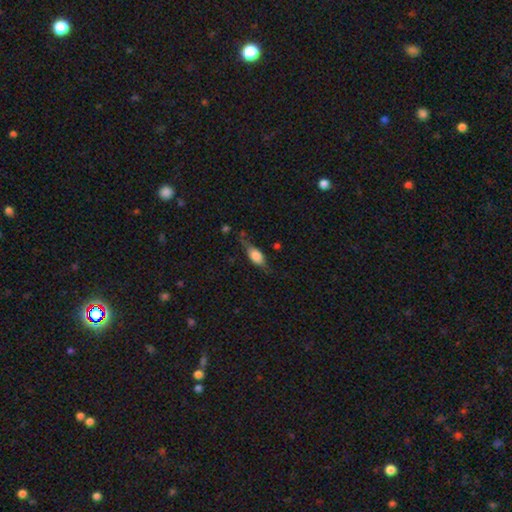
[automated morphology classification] smooth-or-featured: smooth: 68% | featured or disk: 24% | star or artifact: 8%
  how-rounded: in between: 78% | cigar-shaped: 16% | round: 6%
  merging: none: 55% | minor disturbance: 30% | major disturbance: 11% | merger: 4%